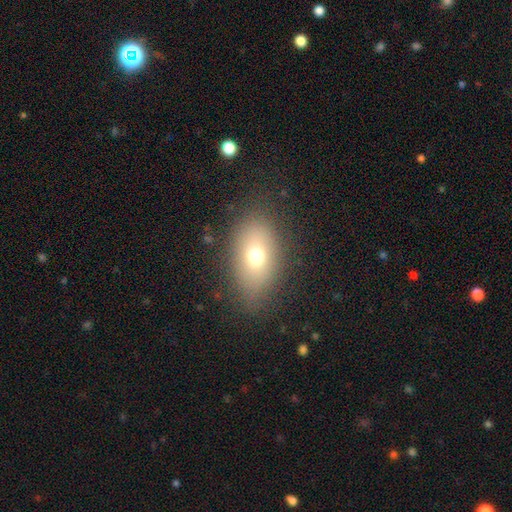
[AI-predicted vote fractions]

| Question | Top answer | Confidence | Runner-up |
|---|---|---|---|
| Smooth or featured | smooth | 68% | featured or disk (18%) |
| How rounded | in between | 82% | round (15%) |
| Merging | none | 80% | minor disturbance (13%) |